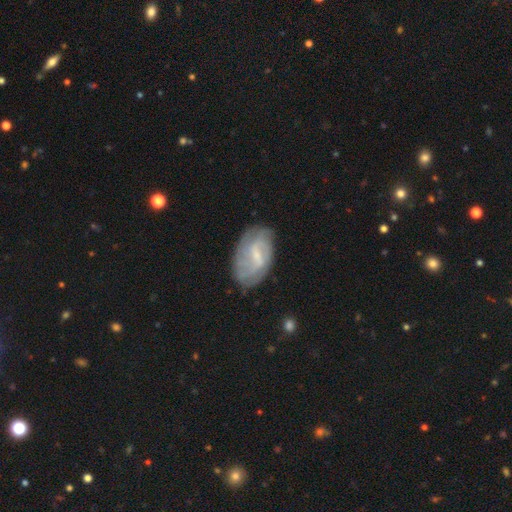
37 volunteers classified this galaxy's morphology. Smooth or featured? featured or disk (76%)
Edge-on disk? no (96%)
Bar? strong (56%)
Spiral arms? yes (85%)
Spiral winding? medium (35%, tied with loose)
Spiral arm count? can't tell (39%)
Bulge size? small (63%)
Merging? none (61%)